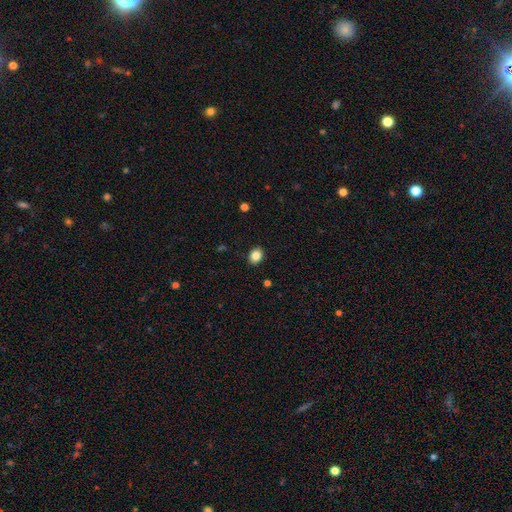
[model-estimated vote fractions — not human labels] smooth-or-featured: smooth: 85% | star or artifact: 10% | featured or disk: 5%
  how-rounded: in between: 56% | round: 43% | cigar-shaped: 1%
  merging: none: 90% | minor disturbance: 7% | major disturbance: 2% | merger: 1%